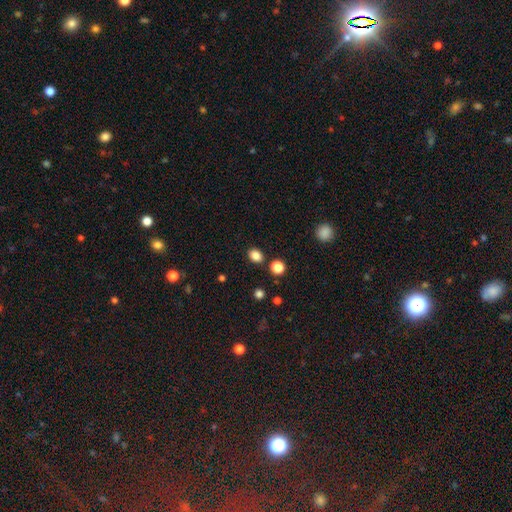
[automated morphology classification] A smooth galaxy with no disk features (84%) that is in between round and cigar-shaped (56%).

Vote fractions:
- Smooth or featured? smooth: 84% / star or artifact: 12% / featured or disk: 4%
- How rounded? in between: 56% / round: 43% / cigar-shaped: 1%
- Merging? none: 84% / minor disturbance: 9% / merger: 5% / major disturbance: 3%